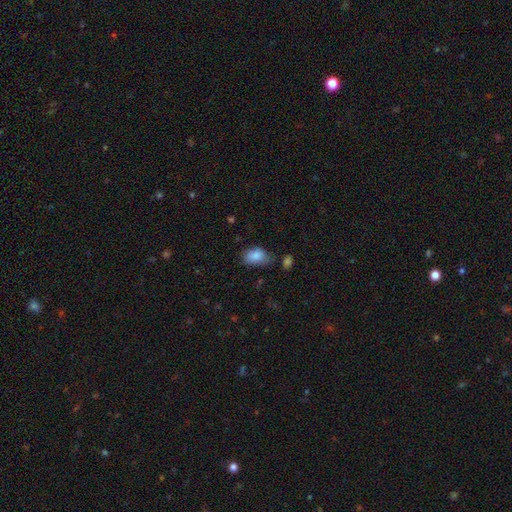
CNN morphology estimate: A smooth galaxy with no disk features (85%) that is in between round and cigar-shaped (85%).

Vote fractions:
- Smooth or featured? smooth: 85% / star or artifact: 8% / featured or disk: 7%
- How rounded? in between: 85% / round: 14% / cigar-shaped: 1%
- Merging? none: 57% / minor disturbance: 30% / major disturbance: 8% / merger: 4%